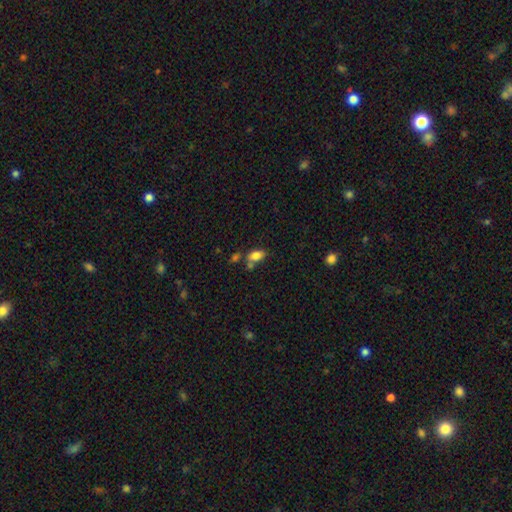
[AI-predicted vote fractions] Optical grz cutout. It shows a smooth galaxy with no disk features (82%) that is in between round and cigar-shaped (90%). Merging: none (51%).